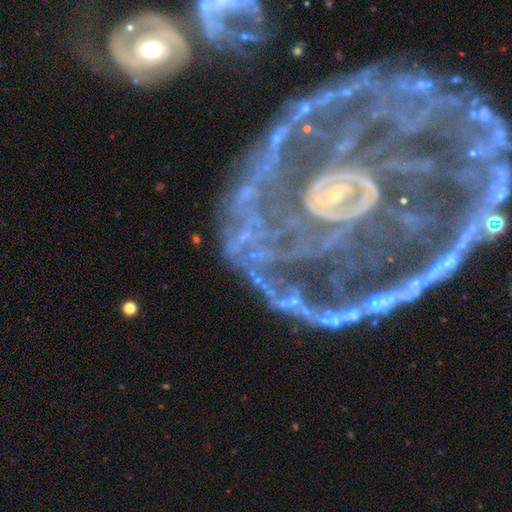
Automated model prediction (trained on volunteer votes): Morphology: type=featured or disk (63%); edge-on=no (94%); bar=no (52%); spiral arms=yes (79%); bulge=small (49%); merging=none (37%).